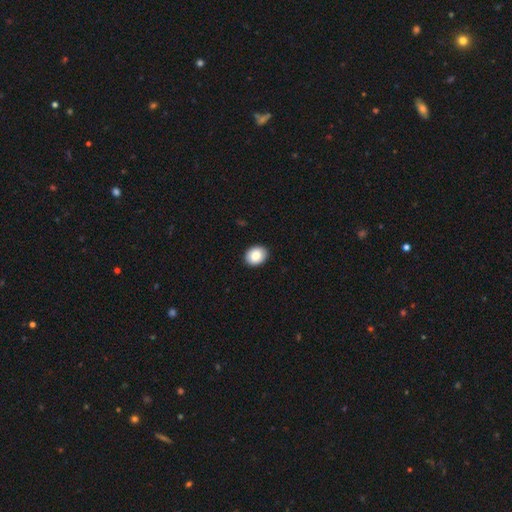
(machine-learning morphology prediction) Smooth or featured? smooth (85%)
How rounded? round (52%)
Merging? none (91%)